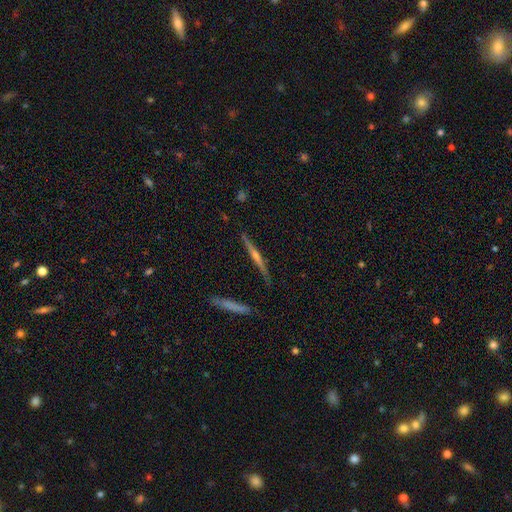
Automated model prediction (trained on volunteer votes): Smooth or featured? featured or disk (73%)
Edge-on disk? yes (97%)
Edge-on bulge? rounded (69%)
Merging? none (87%)